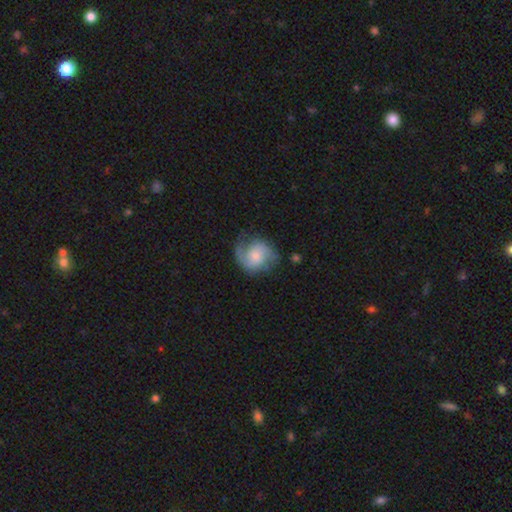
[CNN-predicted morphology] Smooth or featured? featured or disk (64%)
Edge-on disk? no (98%)
Bar? no (65%)
Spiral arms? yes (91%)
Spiral winding? medium (46%)
Spiral arm count? 2 (79%)
Bulge size? moderate (39%)
Merging? none (61%)